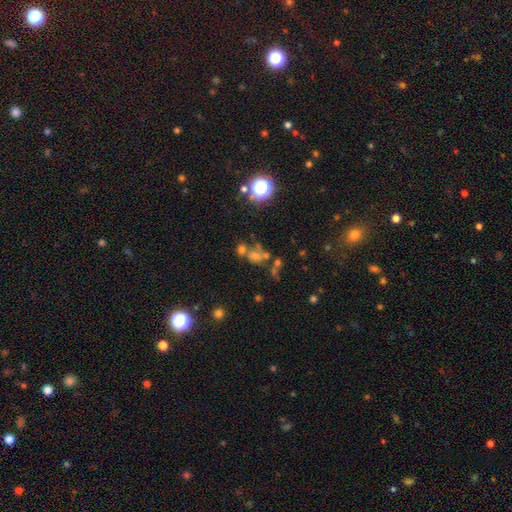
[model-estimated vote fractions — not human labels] smooth-or-featured: star or artifact: 42% | smooth: 37% | featured or disk: 20%